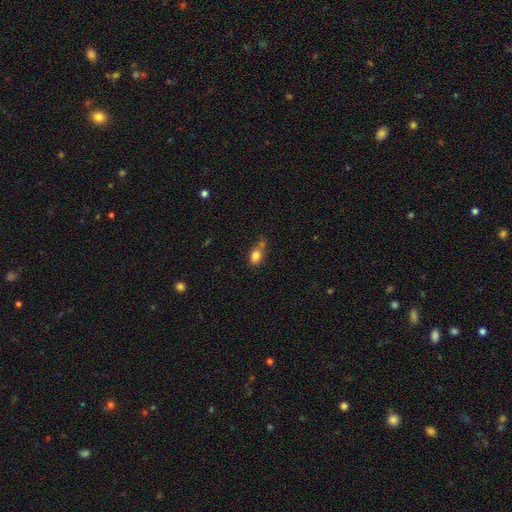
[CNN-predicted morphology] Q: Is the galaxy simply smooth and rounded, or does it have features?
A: smooth — 80%.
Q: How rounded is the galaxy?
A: in between — 70%.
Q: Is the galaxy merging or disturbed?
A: none — 46%.